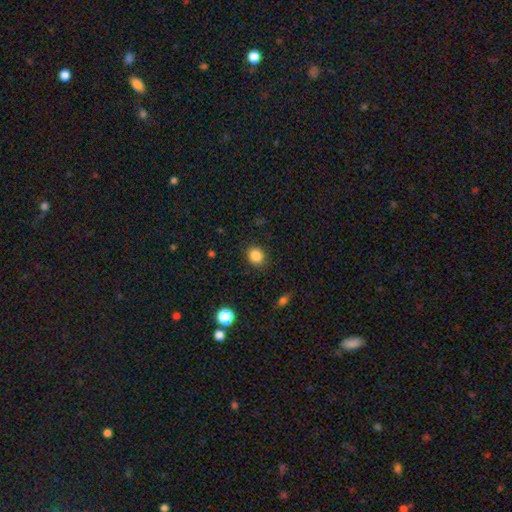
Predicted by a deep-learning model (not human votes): Overall: smooth (85%). How rounded: round (77%). Merging: none (87%).